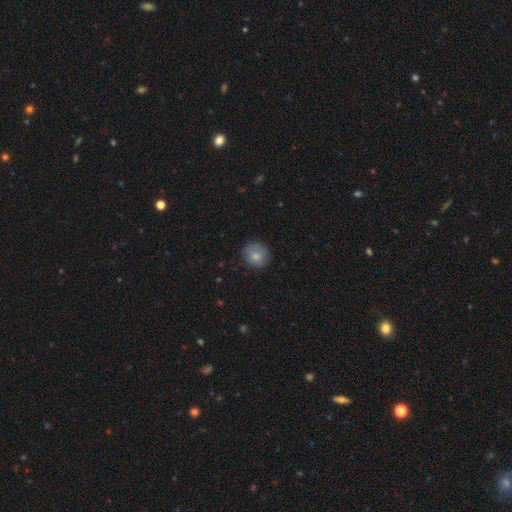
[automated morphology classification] This is likely a smooth galaxy (76%). How rounded: clearly round (87%). Merging: likely none (79%).